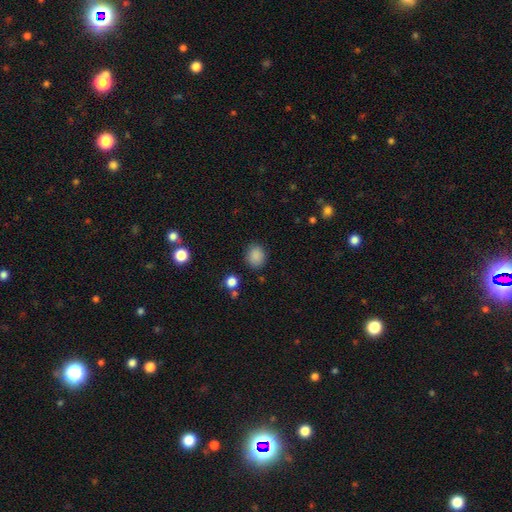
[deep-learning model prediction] smooth 85%, star or artifact 11%, featured or disk 4%. Down the decision tree: how rounded — round (65%); merging — none (84%).